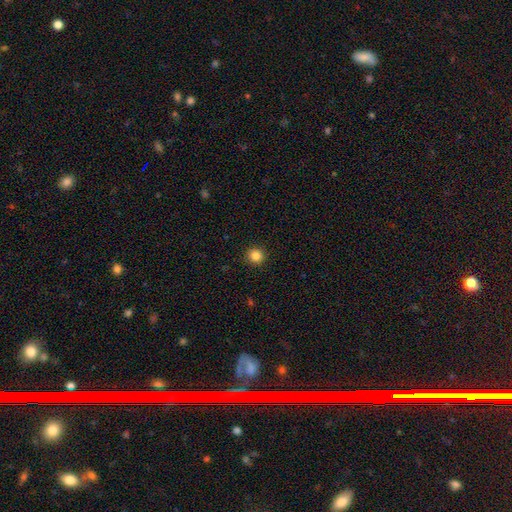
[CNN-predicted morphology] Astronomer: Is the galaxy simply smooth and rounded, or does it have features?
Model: smooth — 85%.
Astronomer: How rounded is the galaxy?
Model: round — 93%.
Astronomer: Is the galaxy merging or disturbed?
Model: none — 92%.